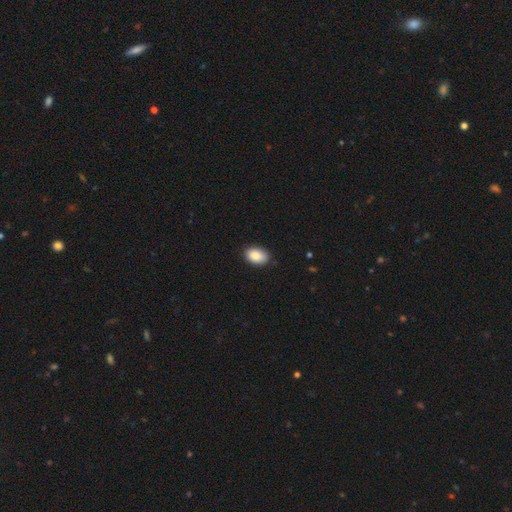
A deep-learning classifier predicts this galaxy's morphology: Q: Smooth or featured?
A: smooth (88%); runner-up: star or artifact (7%)
Q: How rounded?
A: in between (89%); runner-up: round (10%)
Q: Merging?
A: none (84%); runner-up: minor disturbance (13%)